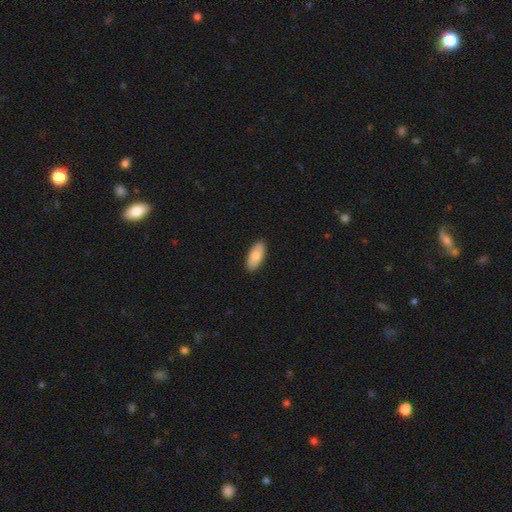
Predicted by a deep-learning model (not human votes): smooth 85%, featured or disk 10%, star or artifact 5%. Down the decision tree: how rounded — in between (89%); merging — none (90%).